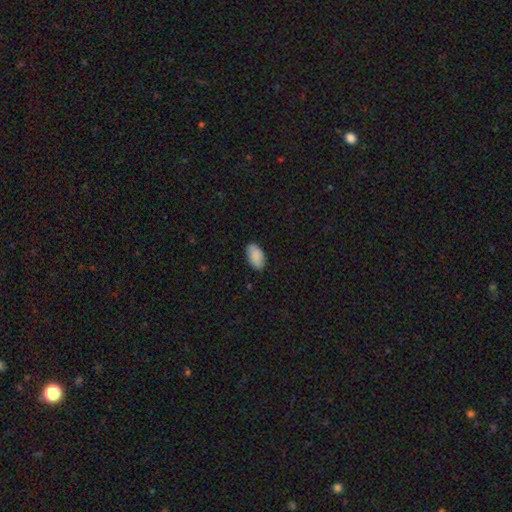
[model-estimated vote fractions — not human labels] Smooth or featured? Predicted: smooth (p=0.89). How rounded? Predicted: in between (p=0.95). Merging? Predicted: none (p=0.84).